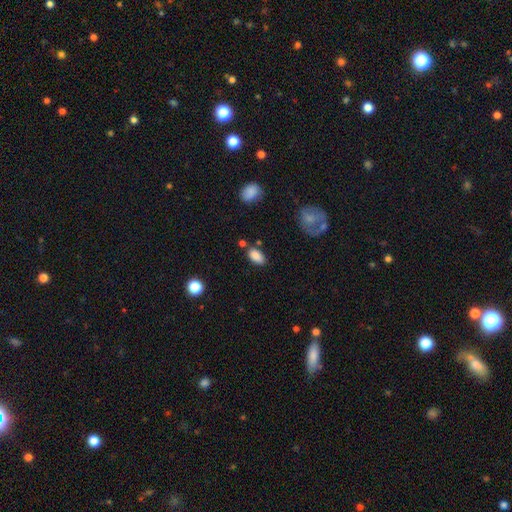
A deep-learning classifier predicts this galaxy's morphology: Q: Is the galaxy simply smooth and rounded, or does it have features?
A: smooth — 86%.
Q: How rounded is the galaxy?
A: in between — 92%.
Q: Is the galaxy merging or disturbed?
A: none — 74%.